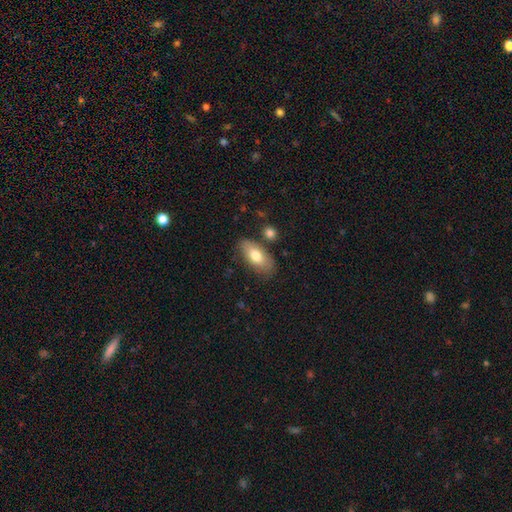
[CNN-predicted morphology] Overall: smooth (74%). How rounded: in between (86%). Merging: none (74%).